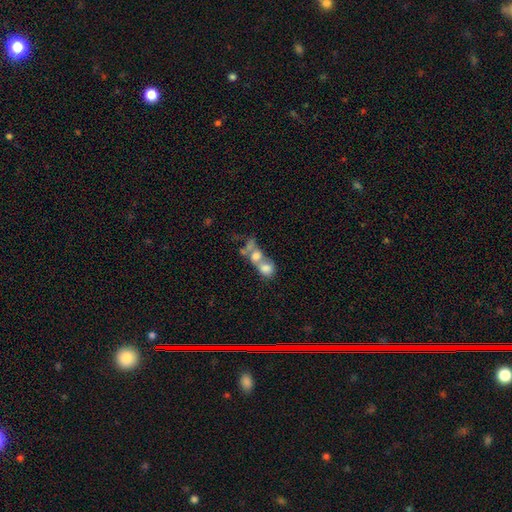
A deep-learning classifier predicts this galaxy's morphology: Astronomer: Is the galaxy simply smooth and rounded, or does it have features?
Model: smooth — 59%.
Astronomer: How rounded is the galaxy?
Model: in between — 58% (runner-up: round, 38%).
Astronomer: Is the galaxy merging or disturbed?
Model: merger — 73%.